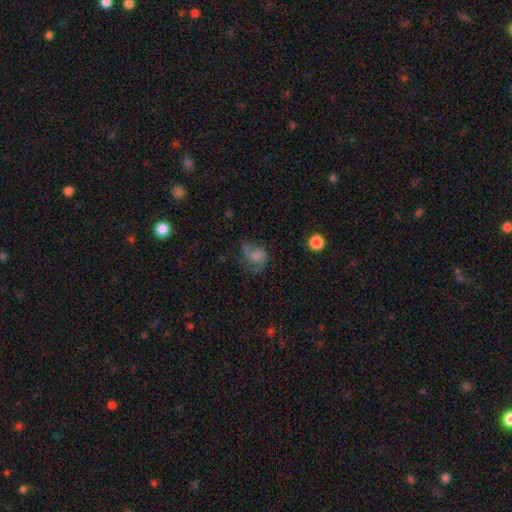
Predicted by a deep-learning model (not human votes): Overall: featured or disk (62%; smooth 28%). Edge-on disk: no (98%). Bar: no (70%). Spiral arms: yes (88%). Spiral arm count: 2 (74%). Spiral winding: medium (45%; loose 39%). Bulge size: none (47%; small 18%). Merging: none (49%; major disturbance 26%).